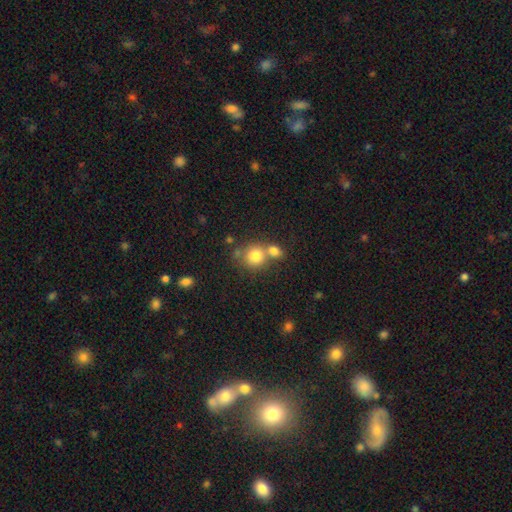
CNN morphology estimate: This appears to be a smooth galaxy with no disk features (79%) that is round (83%). Merging: none (45%).